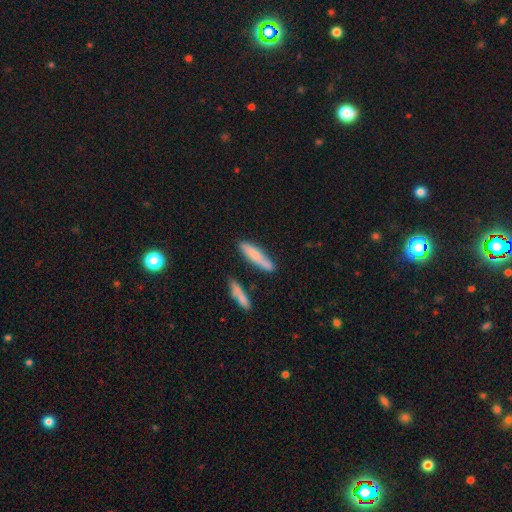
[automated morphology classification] A smooth galaxy with no disk features (70%) that is cigar-shaped (80%).

Vote fractions:
- Smooth or featured? smooth: 70% / featured or disk: 23% / star or artifact: 7%
- How rounded? cigar-shaped: 80% / in between: 18% / round: 2%
- Merging? none: 69% / minor disturbance: 19% / merger: 8% / major disturbance: 4%